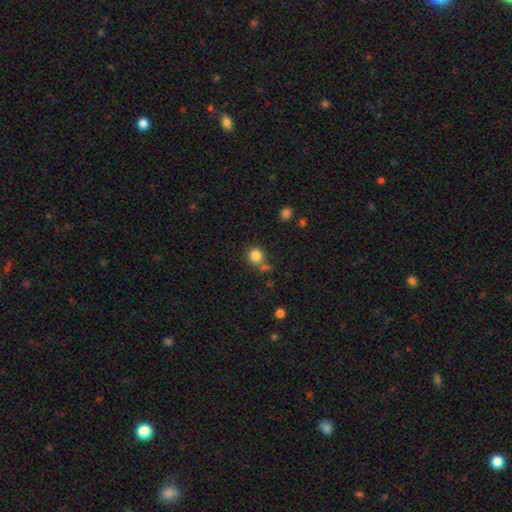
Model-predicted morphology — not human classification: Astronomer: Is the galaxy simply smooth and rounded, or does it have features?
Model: smooth — 83%.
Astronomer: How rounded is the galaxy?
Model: round — 89%.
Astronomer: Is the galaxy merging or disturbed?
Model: none — 65%.